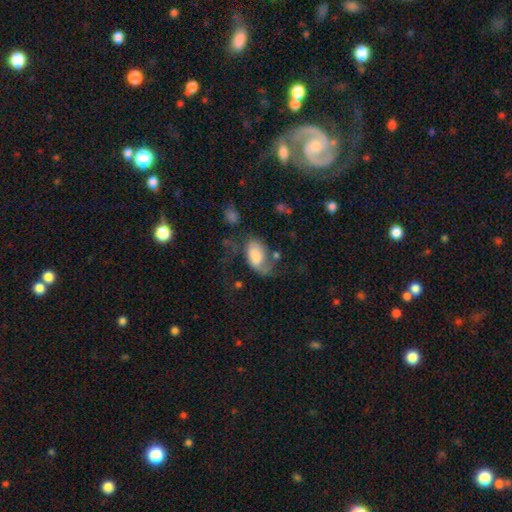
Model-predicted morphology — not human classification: Q: Smooth or featured?
A: smooth (62%); runner-up: featured or disk (29%)
Q: How rounded?
A: in between (91%); runner-up: round (7%)
Q: Merging?
A: major disturbance (38%); runner-up: none (29%)